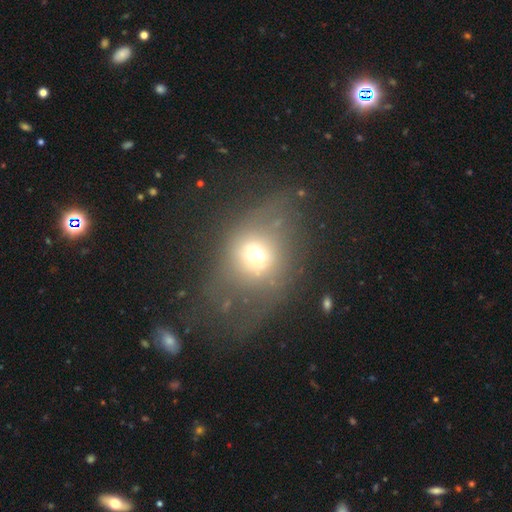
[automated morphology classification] smooth 54%, featured or disk 27%, star or artifact 19%. Down the decision tree: how rounded — round (70%); merging — none (49%).